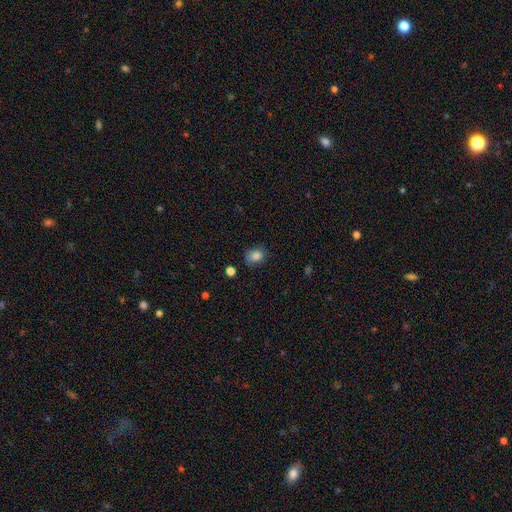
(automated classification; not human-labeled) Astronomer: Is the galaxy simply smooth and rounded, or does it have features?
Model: smooth — 83%.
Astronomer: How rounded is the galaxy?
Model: round — 51% (runner-up: in between, 48%).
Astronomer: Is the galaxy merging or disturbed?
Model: none — 68%.